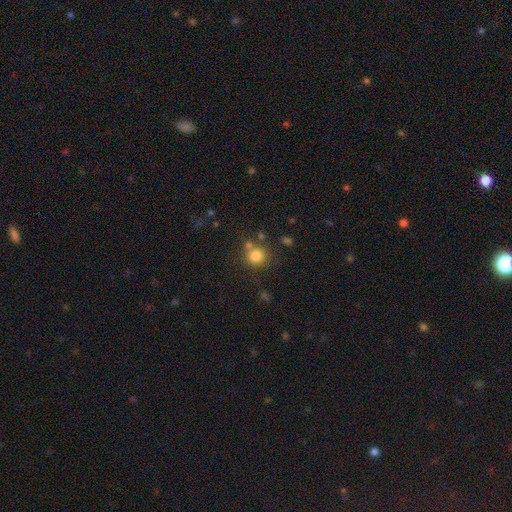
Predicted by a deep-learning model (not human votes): A smooth galaxy with no disk features (81%) that is round (90%).

Vote fractions:
- Smooth or featured? smooth: 81% / star or artifact: 12% / featured or disk: 7%
- How rounded? round: 90% / in between: 9% / cigar-shaped: 1%
- Merging? none: 70% / merger: 14% / minor disturbance: 11% / major disturbance: 5%